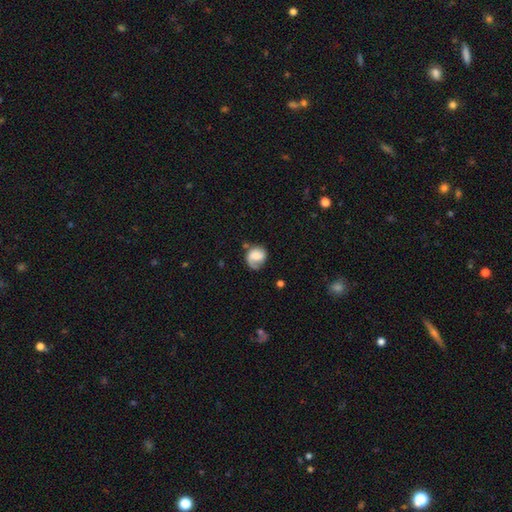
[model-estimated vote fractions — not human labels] The model was most divided on "smooth or featured": featured or disk: 51%, smooth: 41%, star or artifact: 8%. Remaining: edge-on disk — no (98%); merging — none (50%).